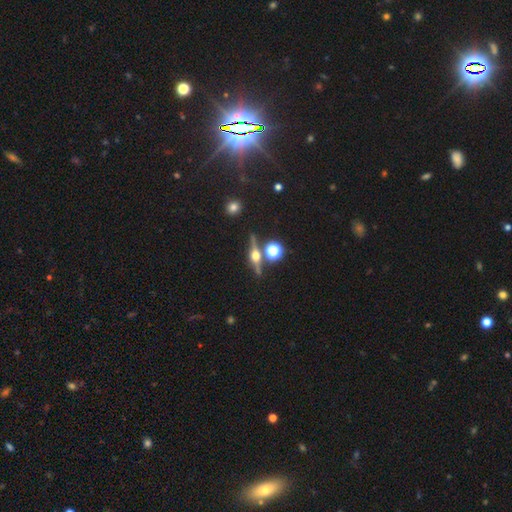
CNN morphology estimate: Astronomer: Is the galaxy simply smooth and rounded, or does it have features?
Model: featured or disk — 73%.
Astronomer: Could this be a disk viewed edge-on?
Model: yes — 94%.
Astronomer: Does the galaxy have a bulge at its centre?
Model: rounded — 95%.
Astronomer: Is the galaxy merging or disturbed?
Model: none — 81%.